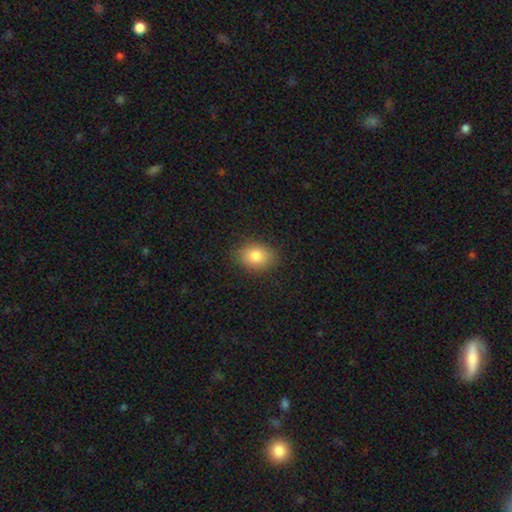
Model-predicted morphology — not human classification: Smooth or featured?
  - smooth: 83% *
  - star or artifact: 9%
  - featured or disk: 8%
How rounded?
  - in between: 61% *
  - round: 38%
  - cigar-shaped: 1%
Merging?
  - none: 87% *
  - minor disturbance: 10%
  - major disturbance: 3%
  - merger: 1%